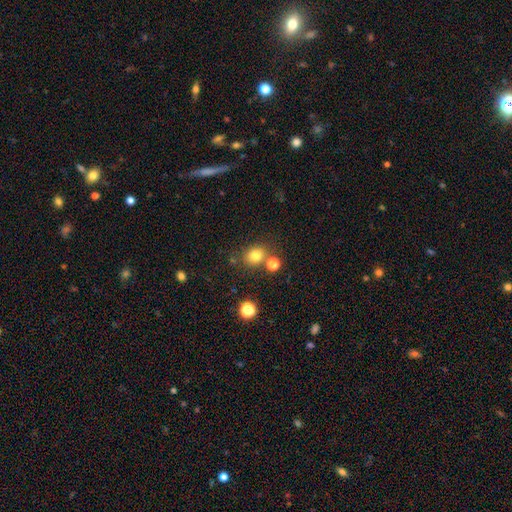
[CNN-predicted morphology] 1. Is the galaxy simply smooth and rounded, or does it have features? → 78% smooth, 15% star or artifact, 7% featured or disk.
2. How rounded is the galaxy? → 66% round, 33% in between, 1% cigar-shaped.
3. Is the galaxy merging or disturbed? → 72% none, 13% merger, 11% minor disturbance, 4% major disturbance.